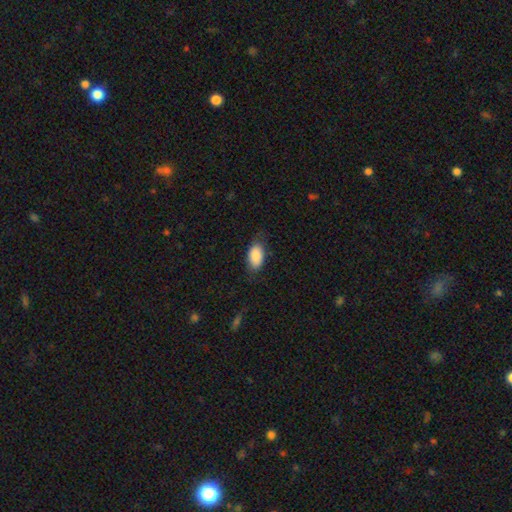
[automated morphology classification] smooth 88%, featured or disk 6%, star or artifact 6%. Down the decision tree: how rounded — in between (93%); merging — none (74%).